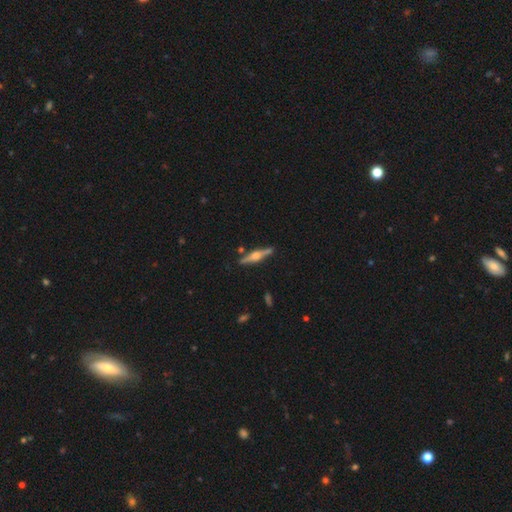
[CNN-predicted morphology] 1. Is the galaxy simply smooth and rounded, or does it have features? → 74% featured or disk, 21% smooth, 6% star or artifact.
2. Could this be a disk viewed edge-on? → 97% yes, 3% no.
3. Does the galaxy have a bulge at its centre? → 89% rounded, 9% boxy, 3% none.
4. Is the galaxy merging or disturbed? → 84% none, 10% minor disturbance, 4% merger, 2% major disturbance.